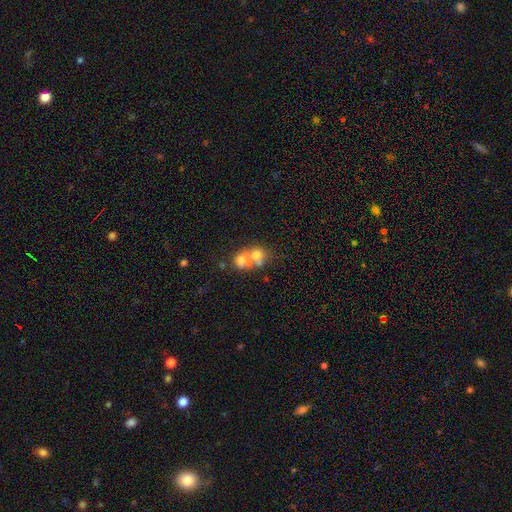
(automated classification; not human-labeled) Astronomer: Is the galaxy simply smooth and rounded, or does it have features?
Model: smooth — 59%.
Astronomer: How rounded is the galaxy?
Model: round — 66%.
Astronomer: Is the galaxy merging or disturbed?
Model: merger — 69%.